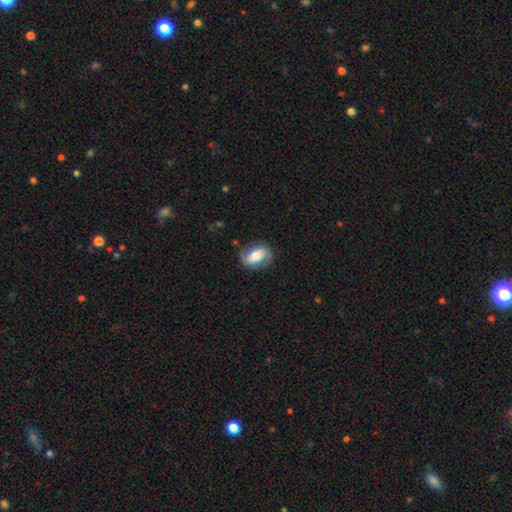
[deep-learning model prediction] The model was most divided on "smooth or featured": featured or disk: 49%, smooth: 44%, star or artifact: 7%. More confident: merging — none (75%).